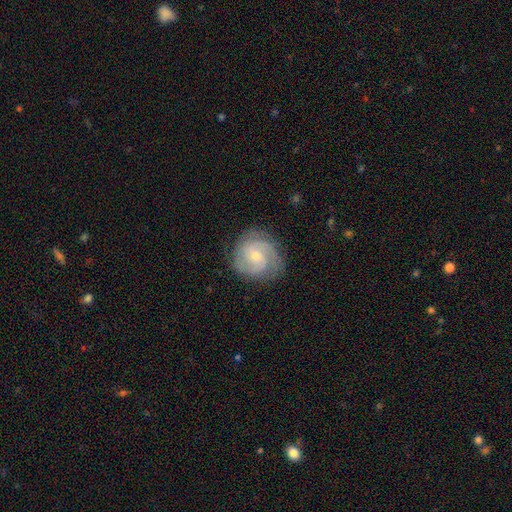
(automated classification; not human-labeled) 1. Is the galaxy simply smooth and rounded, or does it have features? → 83% featured or disk, 11% smooth, 6% star or artifact.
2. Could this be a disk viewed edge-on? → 98% no, 2% yes.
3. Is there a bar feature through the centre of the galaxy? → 55% no, 37% weak, 7% strong.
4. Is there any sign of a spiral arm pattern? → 97% yes, 3% no.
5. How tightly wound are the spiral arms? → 56% tight, 37% medium, 7% loose.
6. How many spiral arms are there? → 50% 2, 25% 3, 13% can't tell, 4% 4, 4% 1, 3% more than 4.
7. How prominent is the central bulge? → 64% small, 33% moderate, 1% none, 1% large, 1% dominant.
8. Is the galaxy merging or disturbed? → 81% none, 14% minor disturbance, 4% major disturbance, 1% merger.